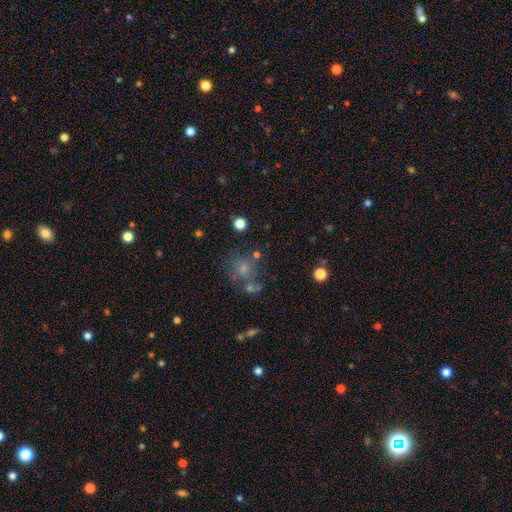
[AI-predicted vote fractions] This is possibly a smooth galaxy (55%). How rounded: clearly round (82%). Merging: likely none (62%).